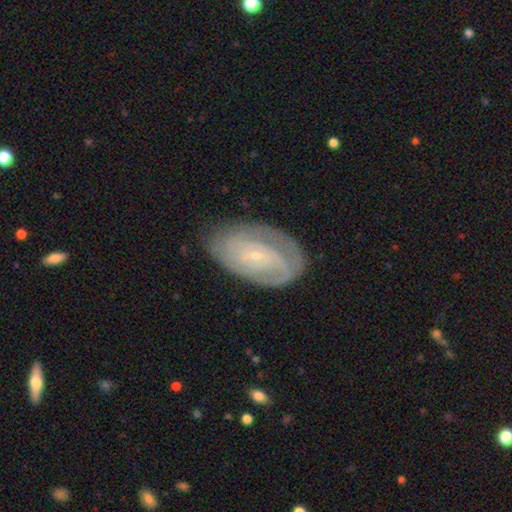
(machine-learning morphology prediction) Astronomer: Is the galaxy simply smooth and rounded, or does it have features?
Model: featured or disk — 74%.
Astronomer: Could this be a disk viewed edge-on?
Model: no — 95%.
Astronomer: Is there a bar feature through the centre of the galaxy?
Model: no — 65%.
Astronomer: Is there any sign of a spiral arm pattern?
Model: yes — 87%.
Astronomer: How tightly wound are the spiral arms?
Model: tight — 68%.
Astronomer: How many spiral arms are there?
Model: can't tell — 45% (runner-up: 2, 30%).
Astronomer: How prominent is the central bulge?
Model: small — 86%.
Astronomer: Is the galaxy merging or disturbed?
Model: none — 73%.